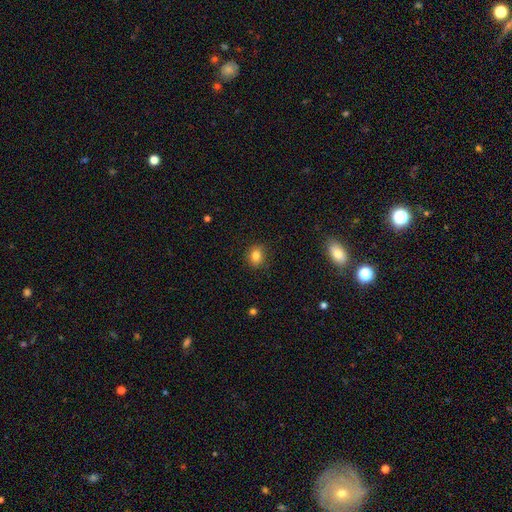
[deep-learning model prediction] smooth 82%, star or artifact 11%, featured or disk 6%. Down the decision tree: how rounded — round (60%); merging — none (86%).